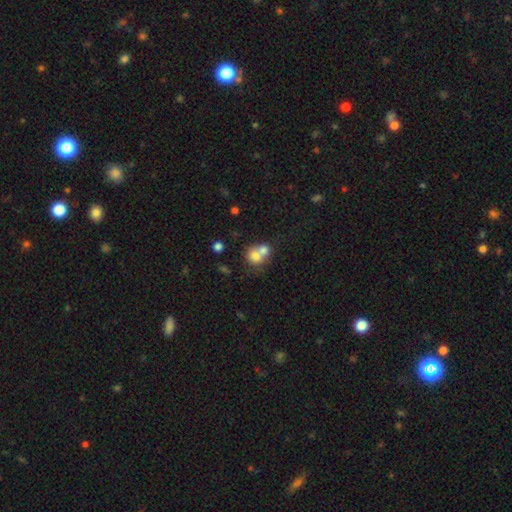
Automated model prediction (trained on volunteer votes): The model was most divided on "merging": merger: 67%, none: 24%, minor disturbance: 6%, major disturbance: 3%. More confident: how rounded — round (72%); smooth or featured — smooth (72%).